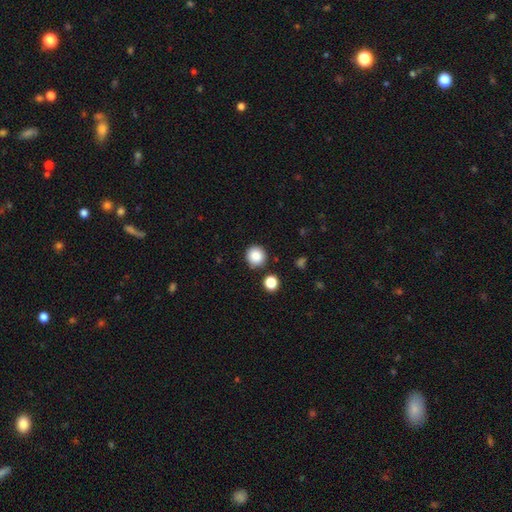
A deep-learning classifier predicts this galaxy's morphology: The model was most divided on "smooth or featured": smooth: 87%, star or artifact: 9%, featured or disk: 4%. More confident: how rounded — round (93%); merging — none (86%).